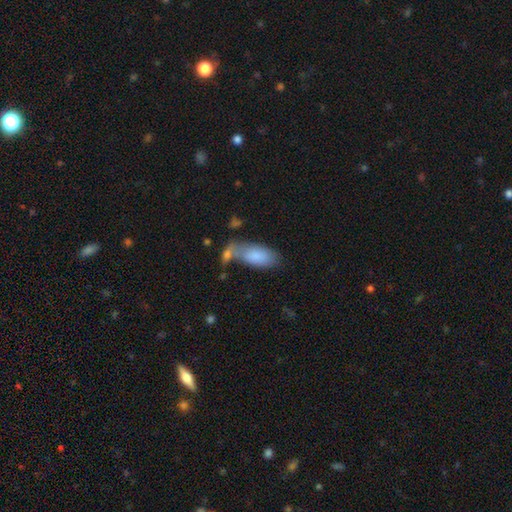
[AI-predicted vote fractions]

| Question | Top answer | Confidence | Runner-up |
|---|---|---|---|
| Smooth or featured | smooth | 82% | featured or disk (12%) |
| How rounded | in between | 90% | cigar-shaped (8%) |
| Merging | none | 45% | merger (25%) |